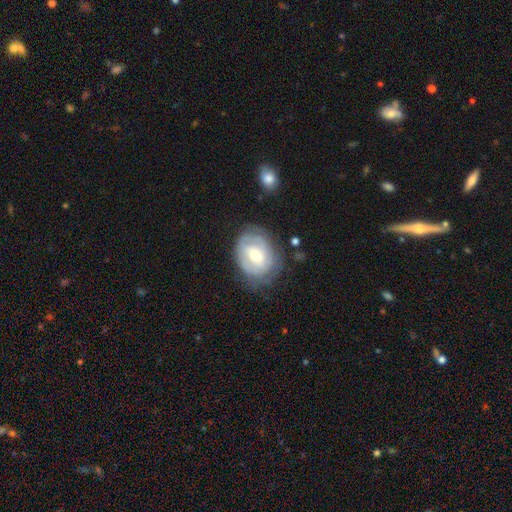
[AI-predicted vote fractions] This appears to be a featured or disk galaxy (65%) with no bar (45%), spiral arms (71%) and a moderate central bulge (58%). Merging: none (63%).